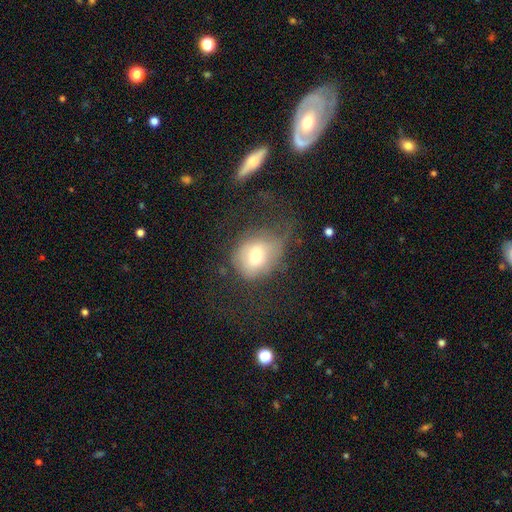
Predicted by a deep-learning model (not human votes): Q: Smooth or featured?
A: smooth (68%); runner-up: featured or disk (23%)
Q: How rounded?
A: round (54%); runner-up: in between (45%)
Q: Merging?
A: none (37%); runner-up: major disturbance (33%)